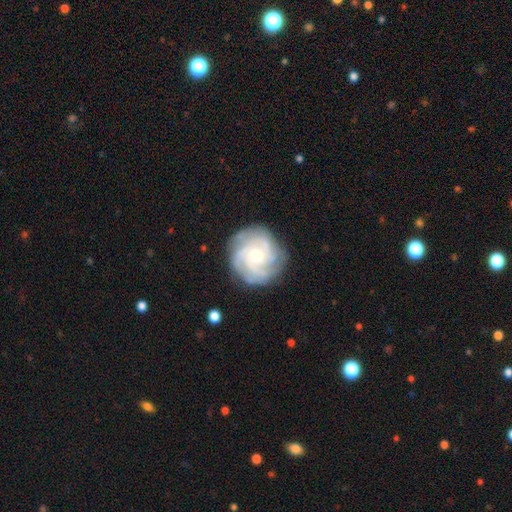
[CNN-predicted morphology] The model was most divided on "bulge size": moderate: 52%, small: 43%, large: 3%, none: 1%, dominant: 1%. Remaining: edge-on disk — no (98%); spiral arms — yes (92%); merging — none (79%); smooth or featured — featured or disk (78%); bar — no (72%); spiral winding — tight (60%); spiral arm count — can't tell (33%).